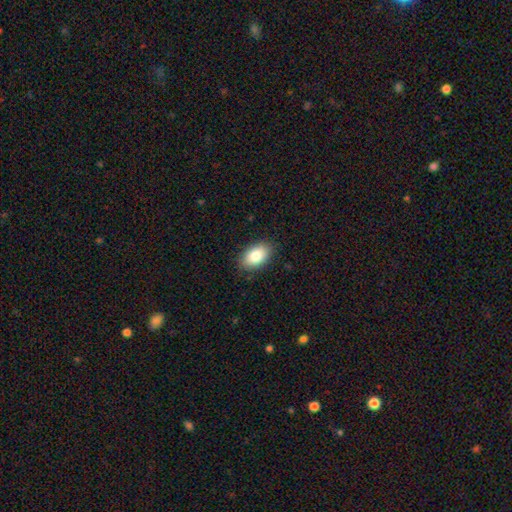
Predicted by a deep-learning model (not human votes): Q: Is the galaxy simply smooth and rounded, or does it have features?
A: smooth — 83%.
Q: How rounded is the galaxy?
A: in between — 91%.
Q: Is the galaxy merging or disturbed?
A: none — 86%.